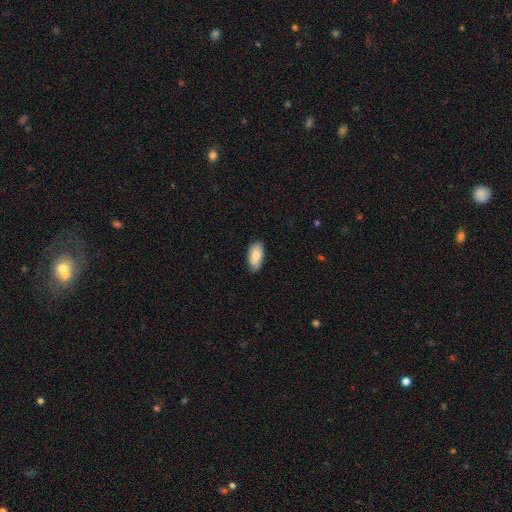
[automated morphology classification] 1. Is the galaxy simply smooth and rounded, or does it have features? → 82% smooth, 12% featured or disk, 6% star or artifact.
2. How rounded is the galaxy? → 93% in between, 5% cigar-shaped, 2% round.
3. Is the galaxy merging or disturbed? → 84% none, 13% minor disturbance, 2% major disturbance, 1% merger.